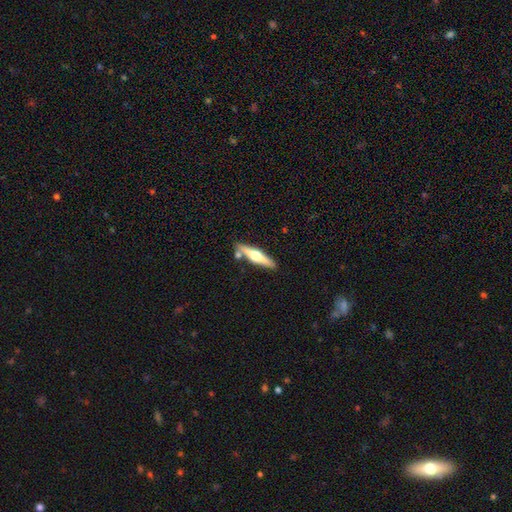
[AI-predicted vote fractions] This appears to be a featured or disk galaxy (62%) viewed edge-on (96%) with a rounded central bulge (94%). Merging: none (81%).